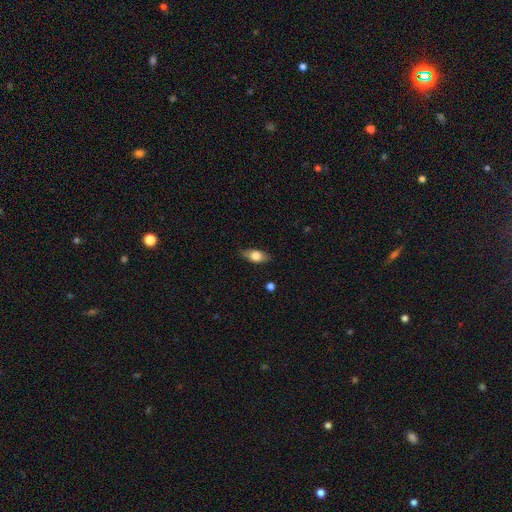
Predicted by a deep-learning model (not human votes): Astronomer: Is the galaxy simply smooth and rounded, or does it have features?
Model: smooth — 71%.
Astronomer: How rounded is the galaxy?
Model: in between — 84%.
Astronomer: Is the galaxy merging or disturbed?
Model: none — 82%.